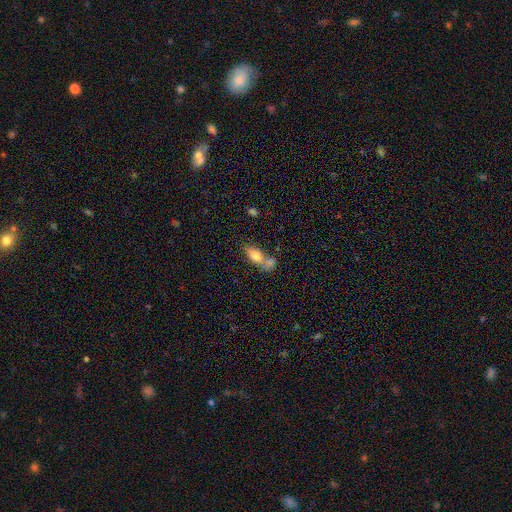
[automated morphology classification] smooth_or_featured: smooth (p=0.71) [alt: featured or disk p=0.21]
how_rounded: in between (p=0.78) [alt: cigar-shaped p=0.12]
merging: merger (p=0.50) [alt: none p=0.32]